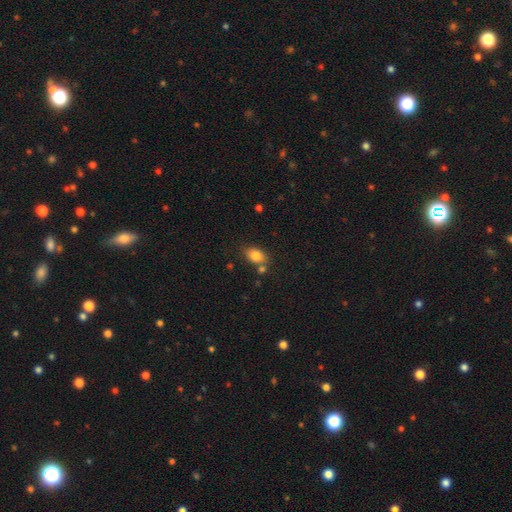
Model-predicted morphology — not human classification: A smooth galaxy with no disk features (82%) that is in between round and cigar-shaped (78%).

Vote fractions:
- Smooth or featured? smooth: 82% / featured or disk: 9% / star or artifact: 9%
- How rounded? in between: 78% / round: 20% / cigar-shaped: 2%
- Merging? none: 67% / merger: 15% / minor disturbance: 14% / major disturbance: 3%